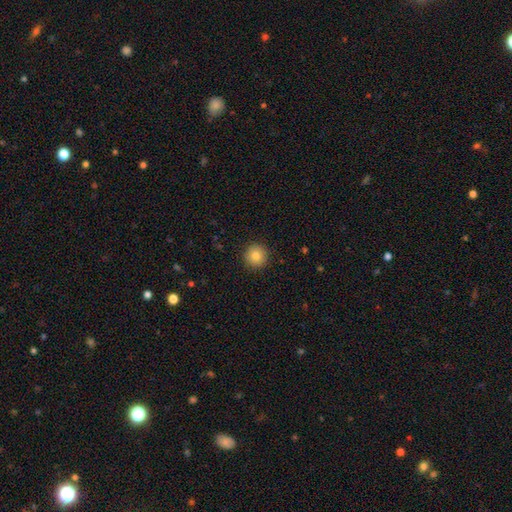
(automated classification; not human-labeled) This is clearly a smooth galaxy (83%). How rounded: clearly round (96%). Merging: clearly none (92%).